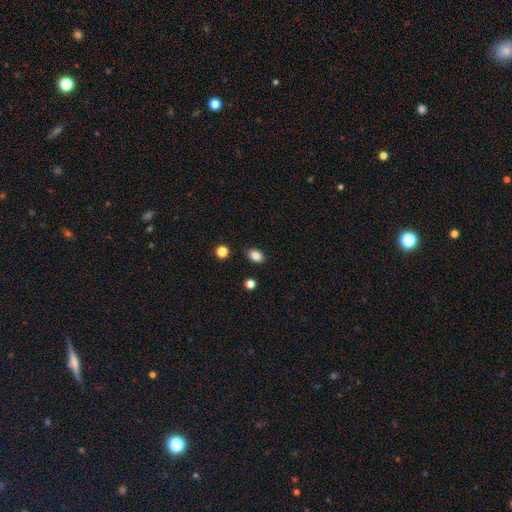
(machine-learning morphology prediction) Overall: smooth (86%). How rounded: in between (79%). Merging: none (87%).